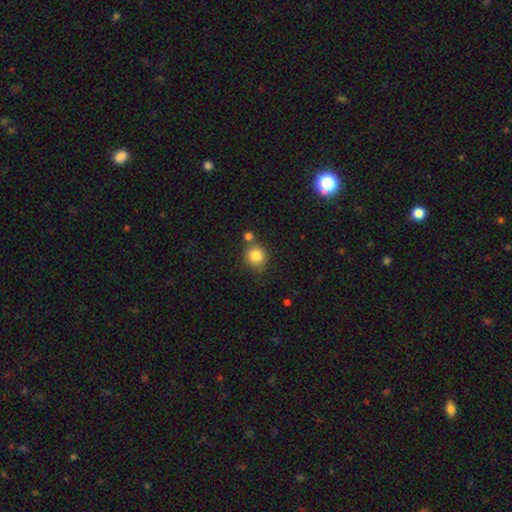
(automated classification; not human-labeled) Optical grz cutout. It shows a smooth galaxy with no disk features (83%) that is round (87%). Merging: none (69%).